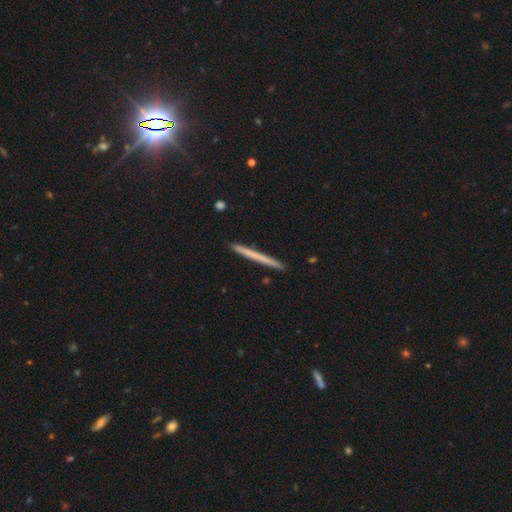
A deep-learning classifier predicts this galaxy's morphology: Q: Smooth or featured?
A: smooth (57%); runner-up: featured or disk (38%)
Q: How rounded?
A: cigar-shaped (97%); runner-up: in between (1%)
Q: Merging?
A: none (92%); runner-up: minor disturbance (6%)